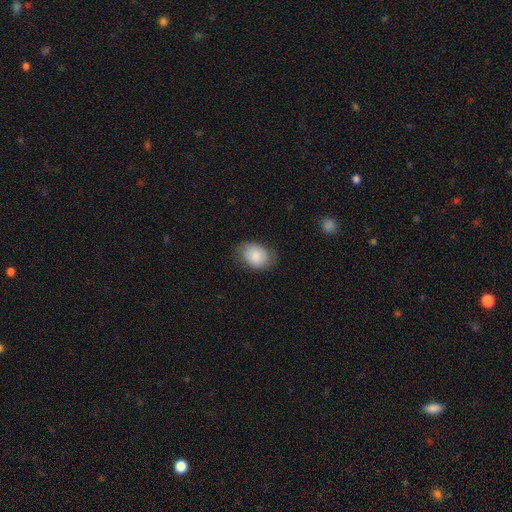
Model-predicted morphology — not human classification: This appears to be a smooth galaxy with no disk features (80%) that is in between round and cigar-shaped (75%). Merging: none (70%).